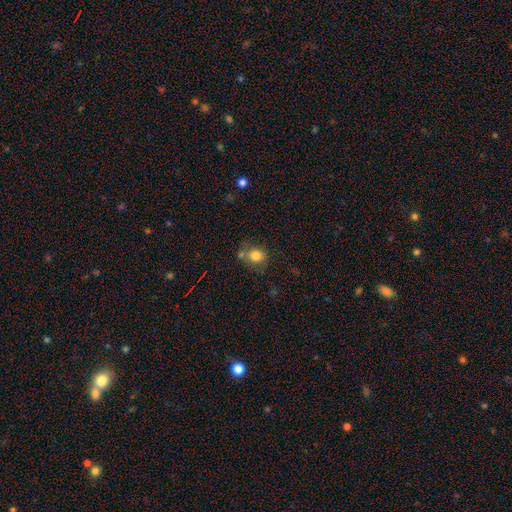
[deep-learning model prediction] Smooth or featured? smooth (80%)
How rounded? round (69%)
Merging? none (58%)